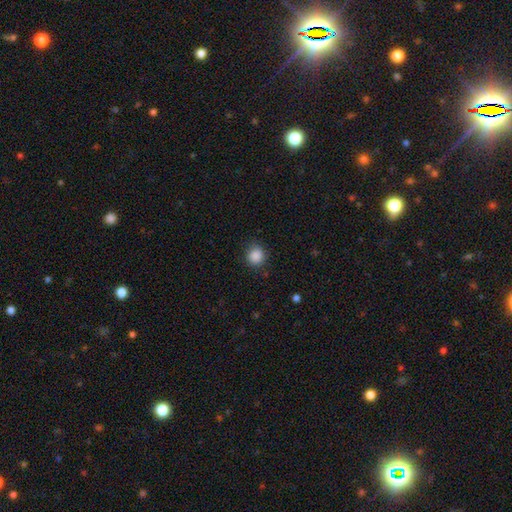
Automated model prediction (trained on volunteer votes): Smooth or featured? Predicted: smooth (p=0.87). How rounded? Predicted: round (p=0.86). Merging? Predicted: none (p=0.84).